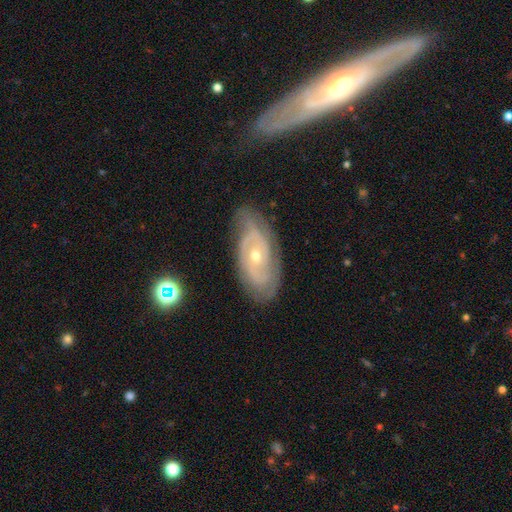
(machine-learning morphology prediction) This is clearly a featured or disk galaxy (85%). It is clearly not viewed edge-on (94%). Bar: likely no (71%). Spiral arm pattern: clearly yes (93%). Spiral arm count: possibly 2 (47%). Spiral winding: likely tight (65%). Central bulge: possibly small (55%). Merging: likely none (72%).